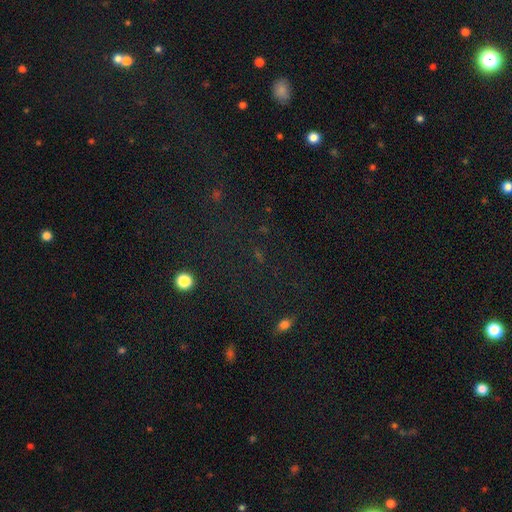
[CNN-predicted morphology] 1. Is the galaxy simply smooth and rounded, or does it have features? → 66% star or artifact, 23% smooth, 10% featured or disk.